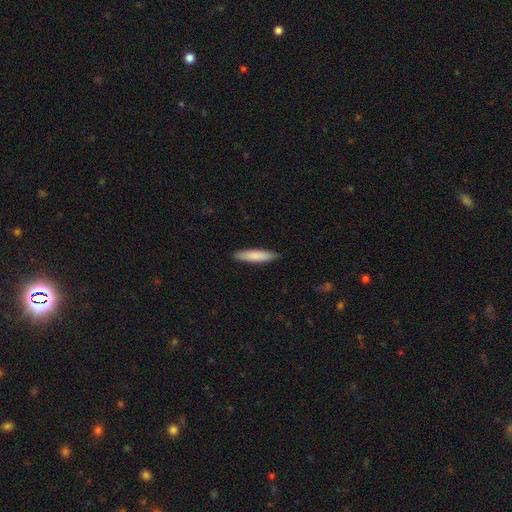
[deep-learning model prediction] This is clearly a smooth galaxy (83%). How rounded: clearly cigar-shaped (81%). Merging: clearly none (89%).